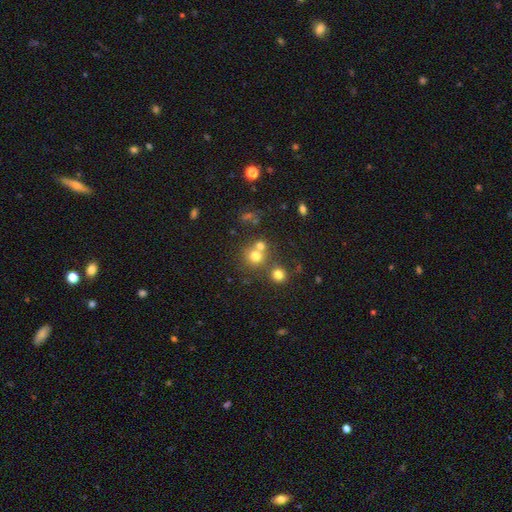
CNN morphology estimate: Smooth or featured: smooth — 72% (star or artifact — 16%)
How rounded: round — 88% (in between — 11%)
Merging: none — 54% (merger — 34%)